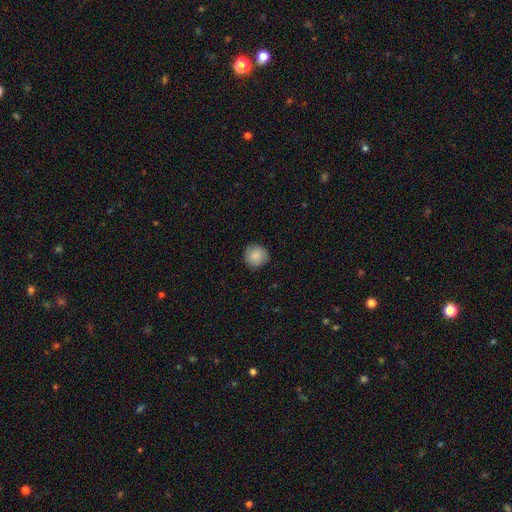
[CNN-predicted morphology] smooth 87%, star or artifact 8%, featured or disk 6%. Down the decision tree: how rounded — round (93%); merging — none (87%).